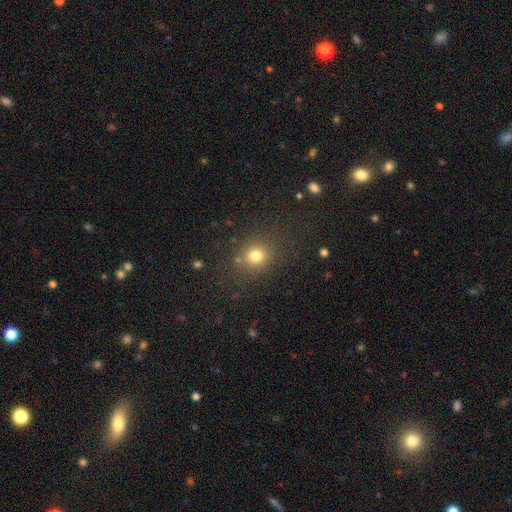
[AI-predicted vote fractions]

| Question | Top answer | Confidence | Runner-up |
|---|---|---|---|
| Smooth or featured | smooth | 77% | star or artifact (16%) |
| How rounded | round | 78% | in between (21%) |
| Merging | none | 80% | minor disturbance (11%) |